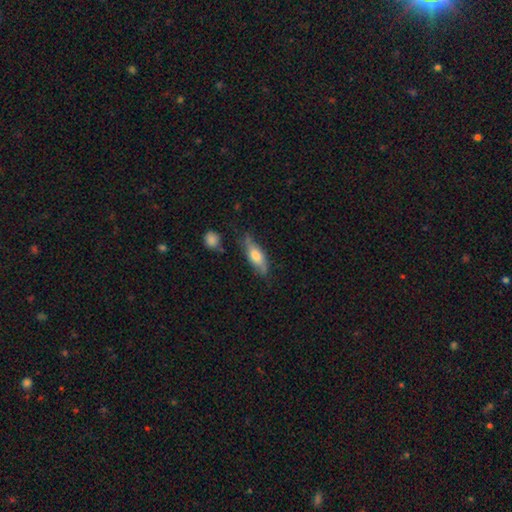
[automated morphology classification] Smooth or featured?
  - smooth: 62% *
  - featured or disk: 32%
  - star or artifact: 6%
How rounded?
  - in between: 57% *
  - cigar-shaped: 40%
  - round: 3%
Merging?
  - none: 68% *
  - minor disturbance: 23%
  - major disturbance: 5%
  - merger: 3%